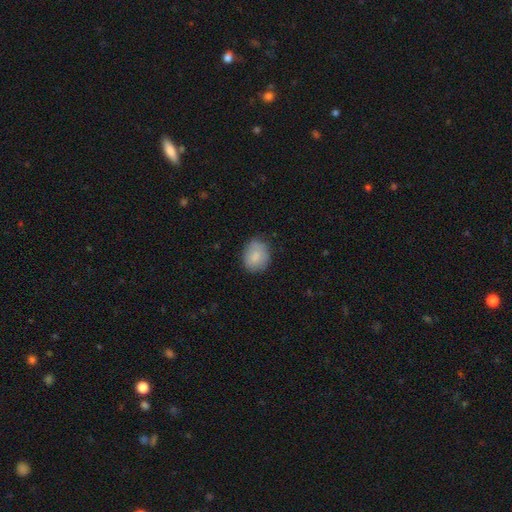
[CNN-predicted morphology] Q: Smooth or featured?
A: smooth (84%); runner-up: featured or disk (9%)
Q: How rounded?
A: round (56%); runner-up: in between (43%)
Q: Merging?
A: none (73%); runner-up: minor disturbance (22%)